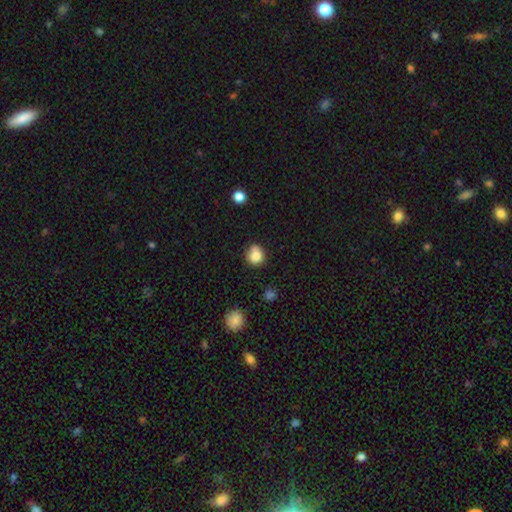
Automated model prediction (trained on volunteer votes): Smooth or featured? Predicted: smooth (p=0.82). How rounded? Predicted: round (p=0.77). Merging? Predicted: none (p=0.55).